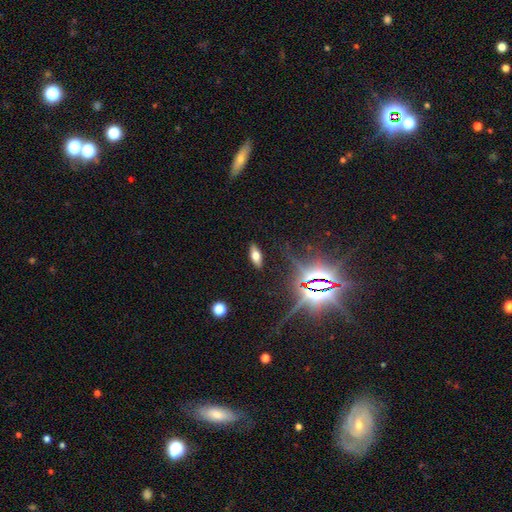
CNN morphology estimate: A smooth galaxy with no disk features (59%) that is in between round and cigar-shaped (77%). Merging: none (88%).